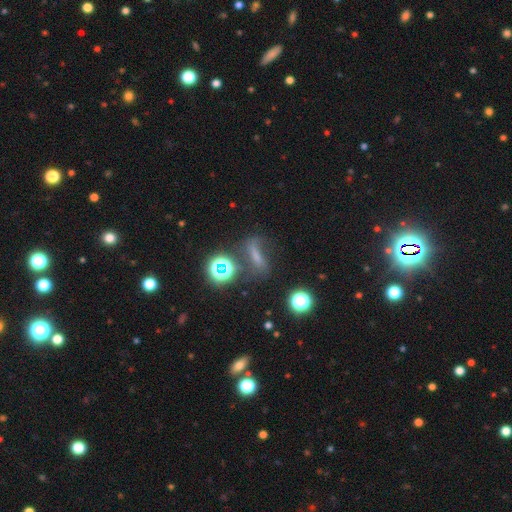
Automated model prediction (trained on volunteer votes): smooth 45%, featured or disk 29%, star or artifact 26%. Down the decision tree: merging — none (47%).